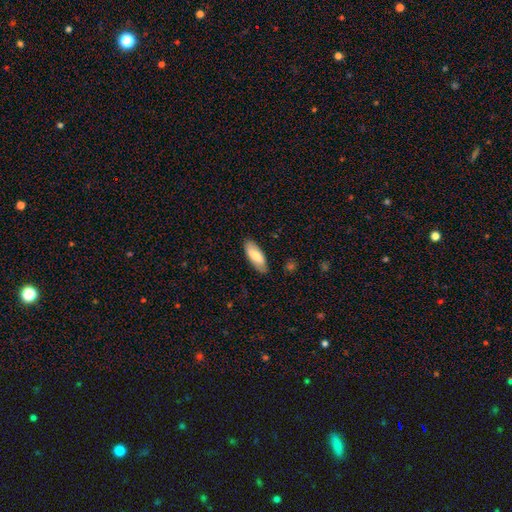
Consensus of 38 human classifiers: Morphology: type=smooth (79%); roundness=in between (80%); merging=none (86%).